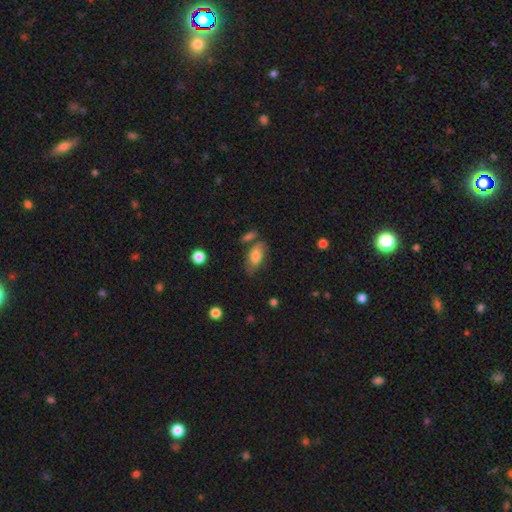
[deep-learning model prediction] This appears to be a smooth galaxy with no disk features (72%) that is in between round and cigar-shaped (87%). Merging: none (63%).